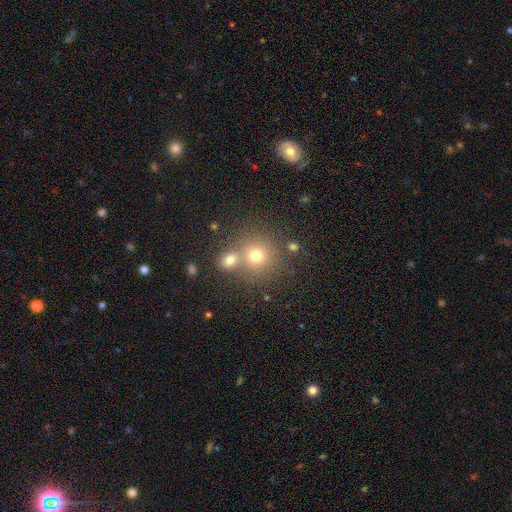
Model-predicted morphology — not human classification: The model was most divided on "merging": none: 59%, merger: 30%, minor disturbance: 8%, major disturbance: 3%. More confident: how rounded — round (89%); smooth or featured — smooth (71%).